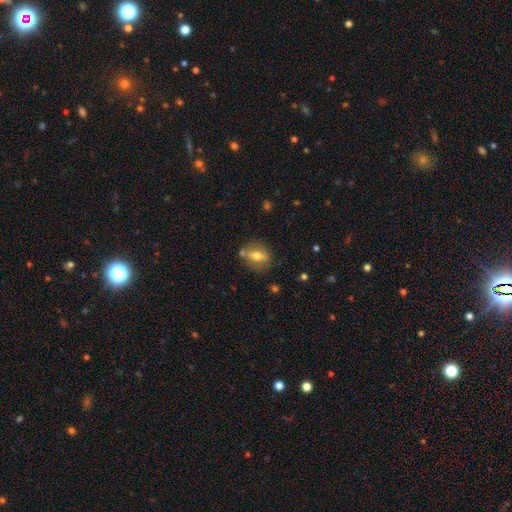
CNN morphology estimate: Smooth or featured? smooth (55%)
How rounded? in between (61%)
Merging? none (73%)